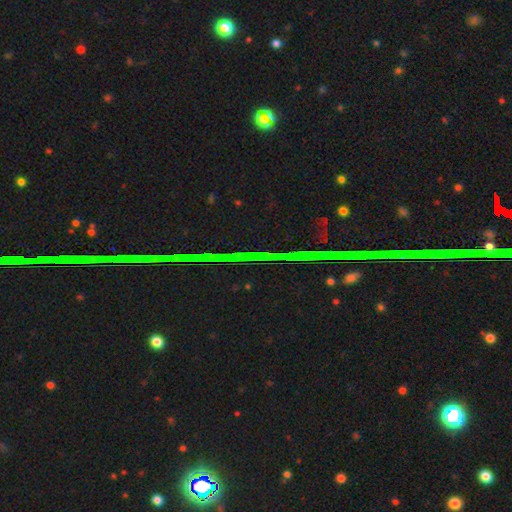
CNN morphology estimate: The model was most divided on "smooth or featured": star or artifact: 86%, featured or disk: 7%, smooth: 6%.